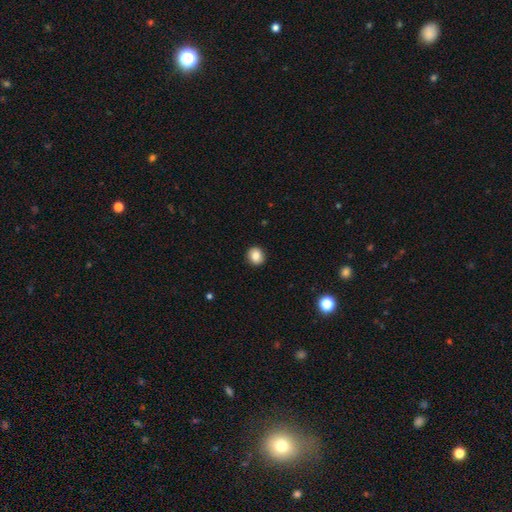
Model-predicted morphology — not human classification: This appears to be a smooth galaxy with no disk features (85%) that is round (86%). Merging: none (92%).